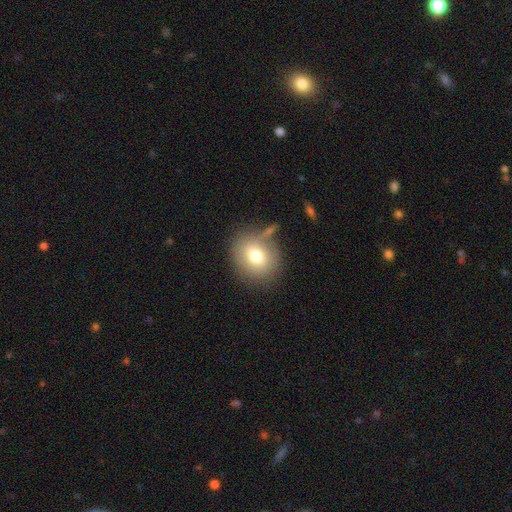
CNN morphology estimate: Smooth or featured? Predicted: smooth (p=0.75). How rounded? Predicted: round (p=0.72). Merging? Predicted: none (p=0.69).